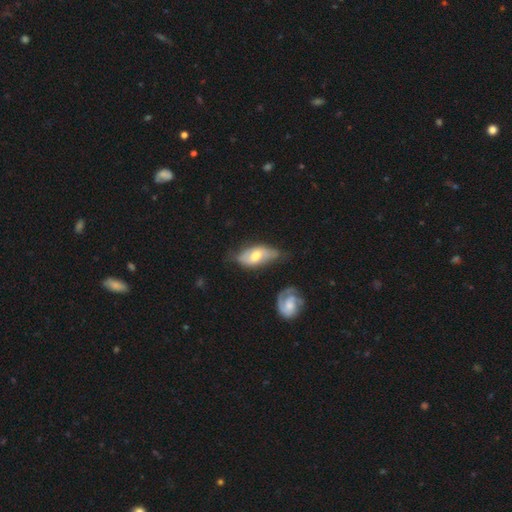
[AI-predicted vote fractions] Smooth or featured: featured or disk — 53% (smooth — 41%)
Edge-on disk: no — 88% (yes — 12%)
Merging: none — 48% (minor disturbance — 33%)